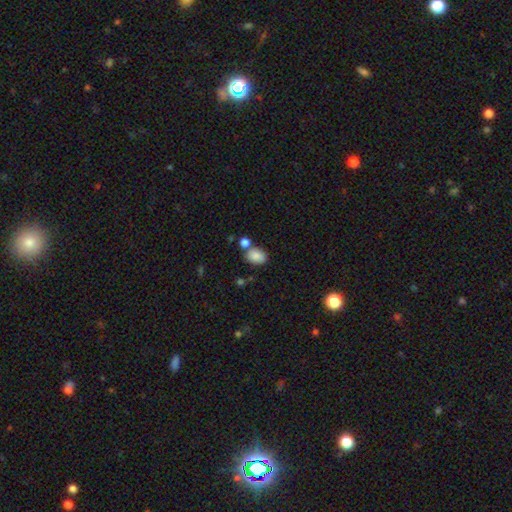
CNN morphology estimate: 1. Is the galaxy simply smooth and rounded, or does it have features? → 85% smooth, 9% star or artifact, 7% featured or disk.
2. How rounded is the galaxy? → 75% in between, 24% round, 1% cigar-shaped.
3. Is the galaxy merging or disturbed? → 61% none, 21% merger, 14% minor disturbance, 4% major disturbance.